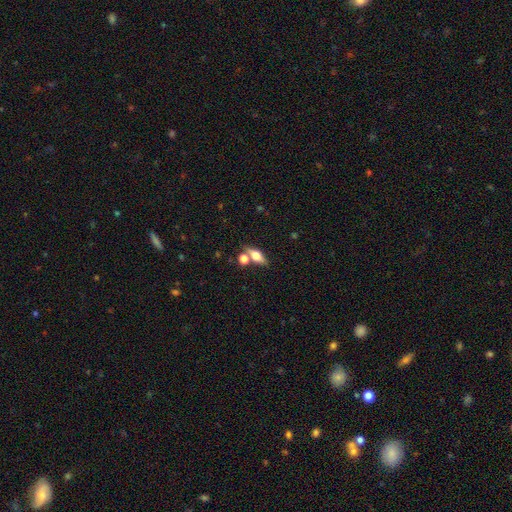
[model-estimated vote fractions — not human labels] smooth-or-featured: smooth: 55% | featured or disk: 35% | star or artifact: 10%
  how-rounded: in between: 66% | cigar-shaped: 24% | round: 9%
  merging: none: 63% | merger: 21% | minor disturbance: 12% | major disturbance: 4%